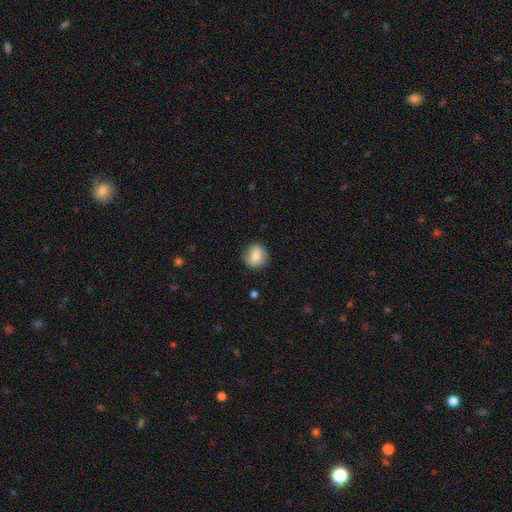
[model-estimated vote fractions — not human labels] Smooth or featured? smooth (72%)
How rounded? round (83%)
Merging? none (83%)